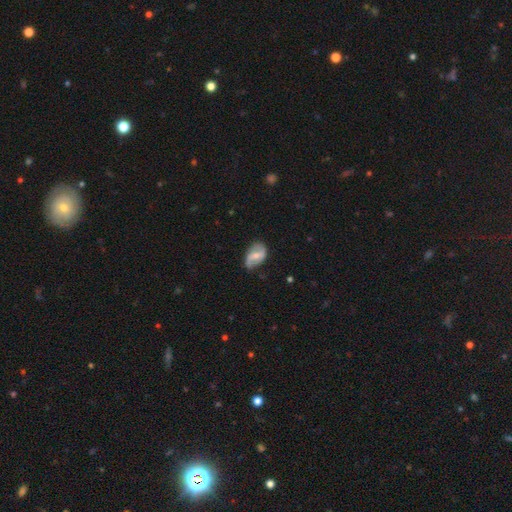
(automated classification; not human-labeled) Overall: featured or disk (65%; smooth 29%). Edge-on disk: no (96%). Bar: weak (47%; strong 27%). Spiral arms: yes (81%). Spiral arm count: 2 (83%). Spiral winding: loose (50%; medium 35%). Bulge size: moderate (50%; small 43%). Merging: none (62%; minor disturbance 29%).